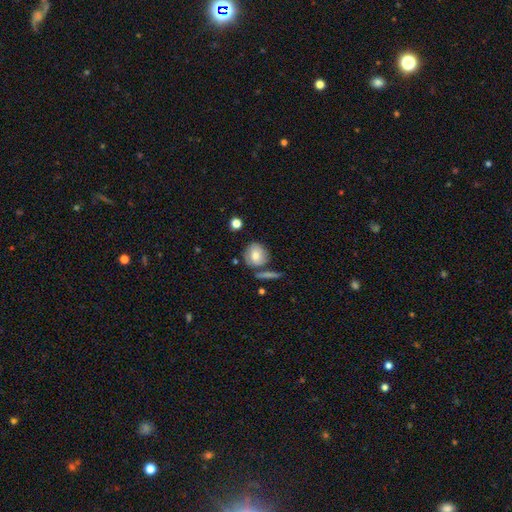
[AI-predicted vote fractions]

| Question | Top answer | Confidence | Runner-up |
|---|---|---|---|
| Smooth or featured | smooth | 72% | featured or disk (20%) |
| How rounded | round | 82% | in between (16%) |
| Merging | none | 68% | minor disturbance (16%) |